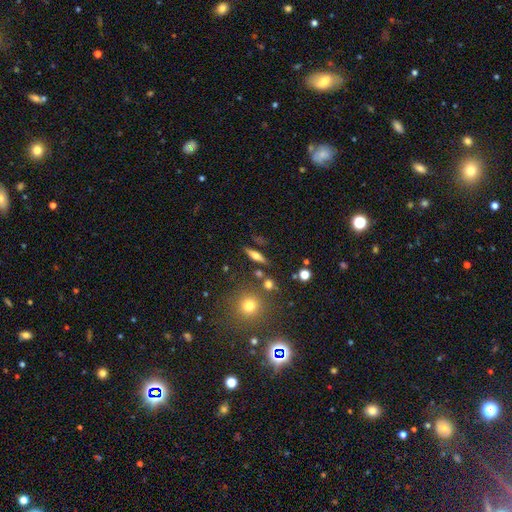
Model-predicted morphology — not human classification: A smooth galaxy with no disk features (45%).

Vote fractions:
- Smooth or featured? smooth: 45% / featured or disk: 44% / star or artifact: 11%
- Merging? none: 82% / minor disturbance: 9% / merger: 5% / major disturbance: 3%